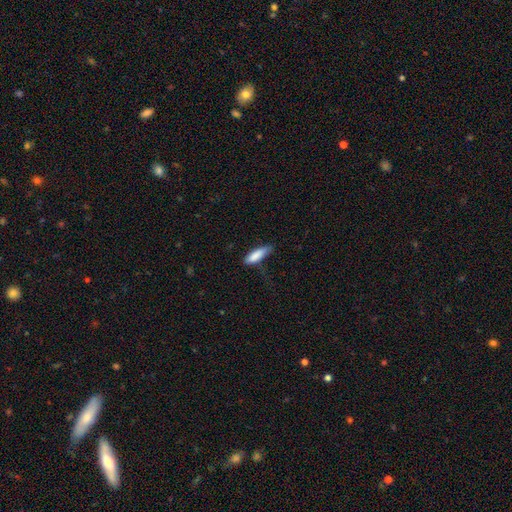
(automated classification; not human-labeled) Smooth or featured? smooth (85%)
How rounded? cigar-shaped (52%)
Merging? none (54%)